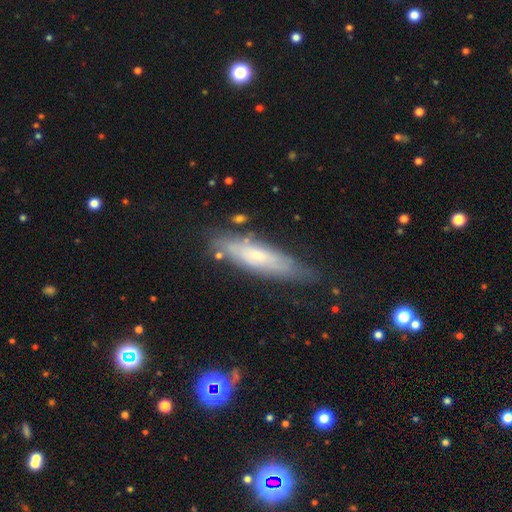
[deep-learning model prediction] This appears to be a featured or disk galaxy (47%). Merging: none (69%).